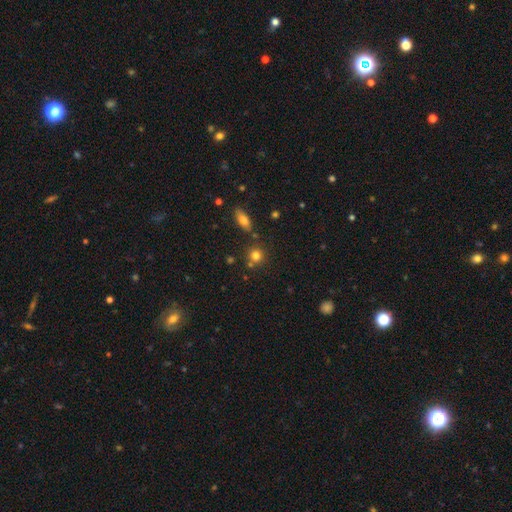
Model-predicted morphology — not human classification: Overall: smooth (77%). How rounded: round (87%). Merging: none (70%).